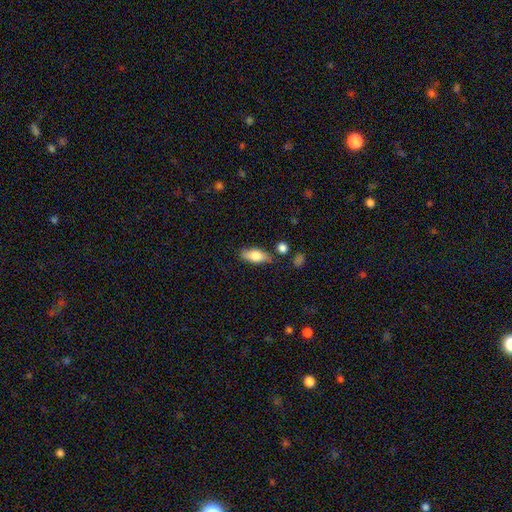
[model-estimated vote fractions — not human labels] Overall: smooth (74%). How rounded: in between (79%). Merging: none (78%).